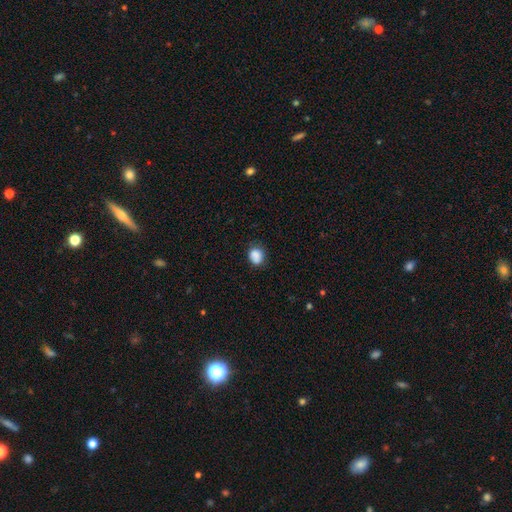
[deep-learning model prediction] This appears to be a smooth galaxy with no disk features (85%) that is round (60%). Merging: none (67%).